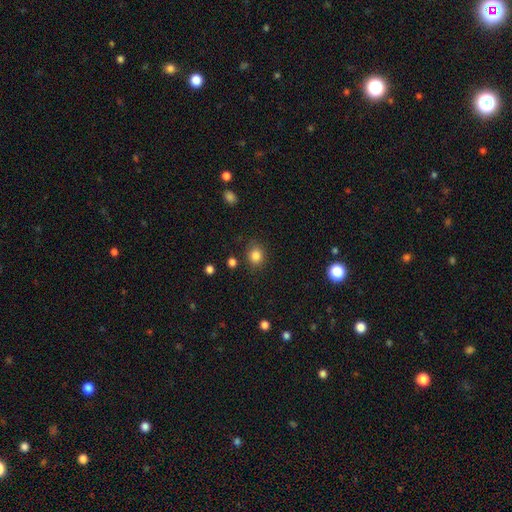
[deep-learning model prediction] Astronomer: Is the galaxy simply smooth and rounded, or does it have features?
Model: smooth — 84%.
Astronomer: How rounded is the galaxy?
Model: round — 72%.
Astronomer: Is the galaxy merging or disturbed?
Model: none — 81%.